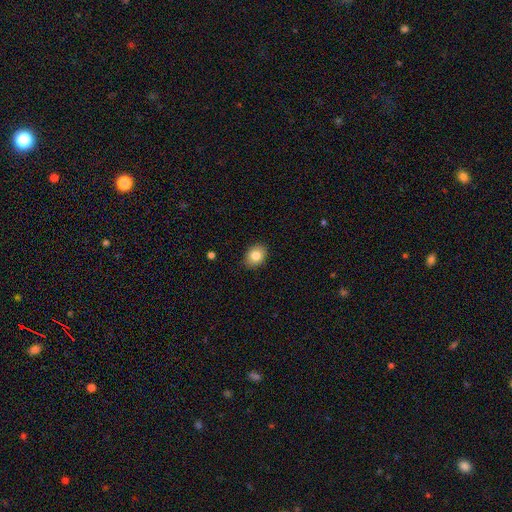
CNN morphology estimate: A smooth galaxy with no disk features (83%) that is in between round and cigar-shaped (57%). Merging: none (87%).